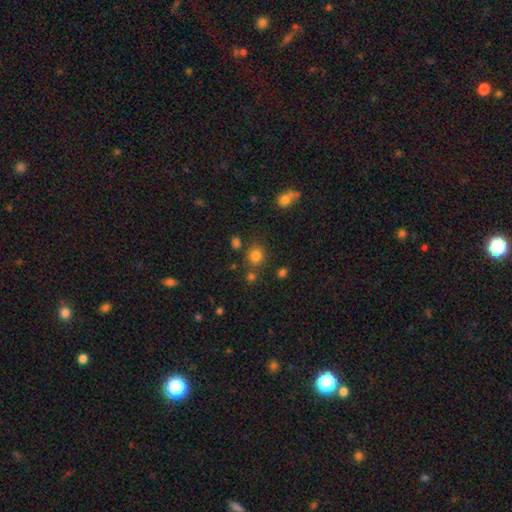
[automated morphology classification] Overall: smooth (79%). How rounded: round (81%). Merging: none (76%).